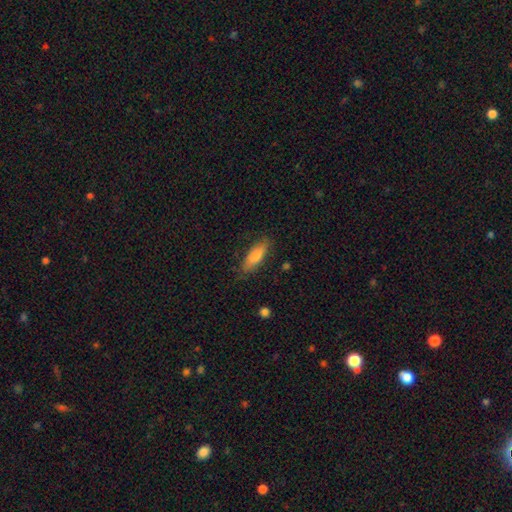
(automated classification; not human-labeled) Morphology: type=smooth (79%); roundness=in between (57%); merging=none (80%).